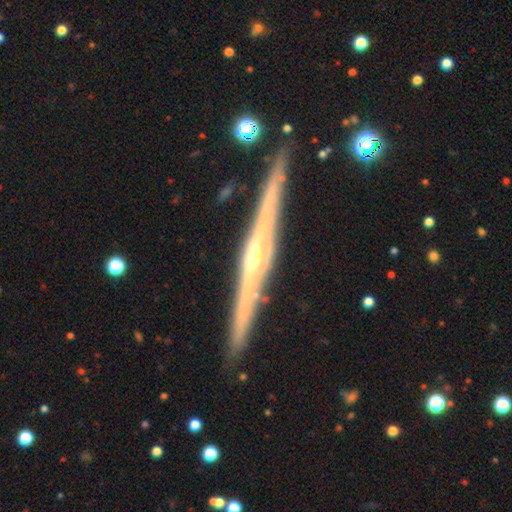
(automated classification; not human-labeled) A featured or disk galaxy (86%) viewed edge-on (98%) with a rounded central bulge (69%). Merging: none (91%).